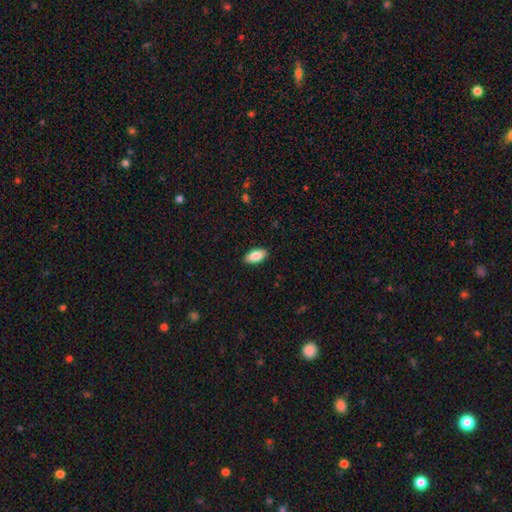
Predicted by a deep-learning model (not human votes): The model was most divided on "smooth or featured": smooth: 86%, featured or disk: 8%, star or artifact: 6%. More confident: how rounded — in between (91%); merging — none (89%).